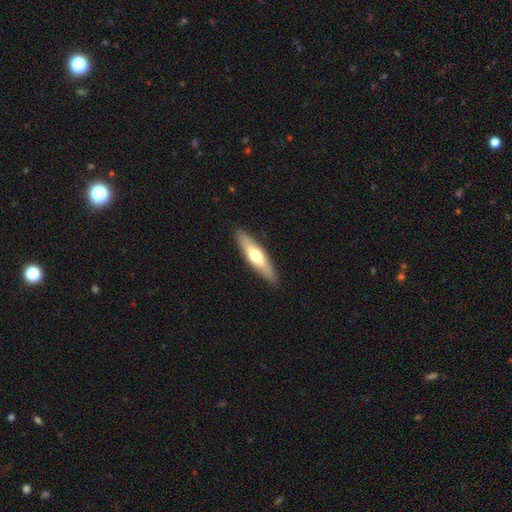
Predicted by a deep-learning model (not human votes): Morphology: type=smooth (53%); roundness=cigar-shaped (67%); merging=none (88%).